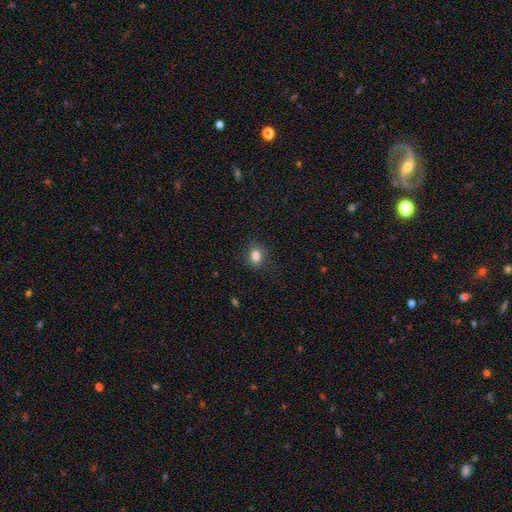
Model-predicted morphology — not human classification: Smooth or featured: smooth — 82% (star or artifact — 11%)
How rounded: in between — 56% (round — 42%)
Merging: none — 85% (minor disturbance — 11%)